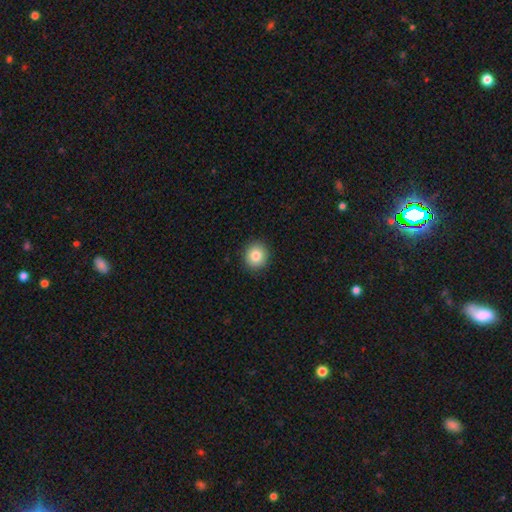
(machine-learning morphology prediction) smooth-or-featured: smooth: 83% | star or artifact: 9% | featured or disk: 7%
  how-rounded: round: 86% | in between: 13% | cigar-shaped: 1%
  merging: none: 91% | minor disturbance: 6% | major disturbance: 2% | merger: 1%